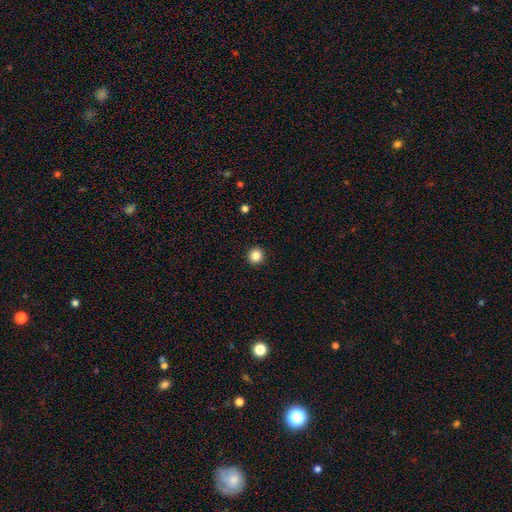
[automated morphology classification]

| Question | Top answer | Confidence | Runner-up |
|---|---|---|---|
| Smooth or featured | smooth | 86% | star or artifact (11%) |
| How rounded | round | 94% | in between (5%) |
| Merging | none | 93% | minor disturbance (4%) |